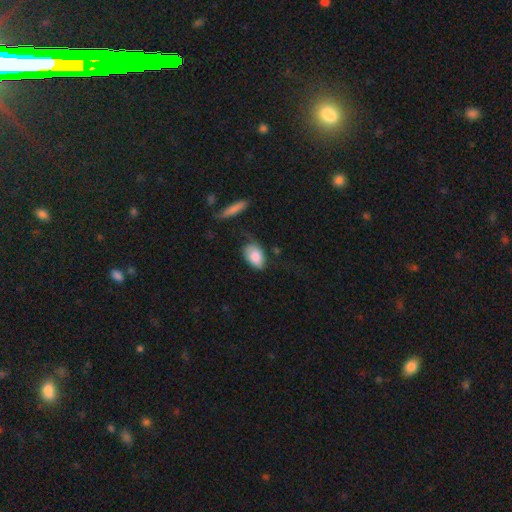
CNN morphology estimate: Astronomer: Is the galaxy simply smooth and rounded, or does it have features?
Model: smooth — 84%.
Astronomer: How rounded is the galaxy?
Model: in between — 90%.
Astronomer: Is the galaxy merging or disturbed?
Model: none — 55%.